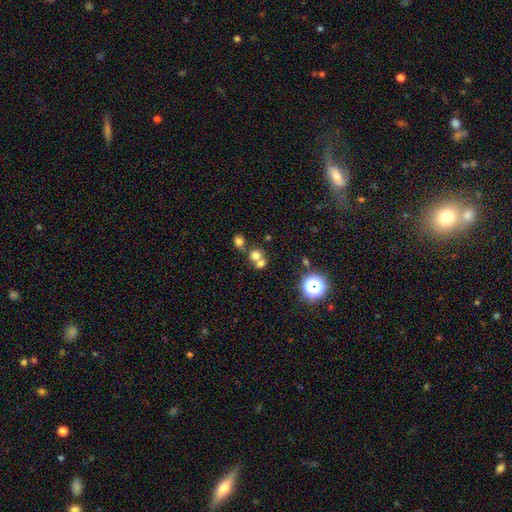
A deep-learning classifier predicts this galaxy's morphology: A smooth galaxy with no disk features (69%) that is round (81%).

Vote fractions:
- Smooth or featured? smooth: 69% / star or artifact: 19% / featured or disk: 12%
- How rounded? round: 81% / in between: 18% / cigar-shaped: 1%
- Merging? merger: 46% / none: 45% / minor disturbance: 6% / major disturbance: 3%